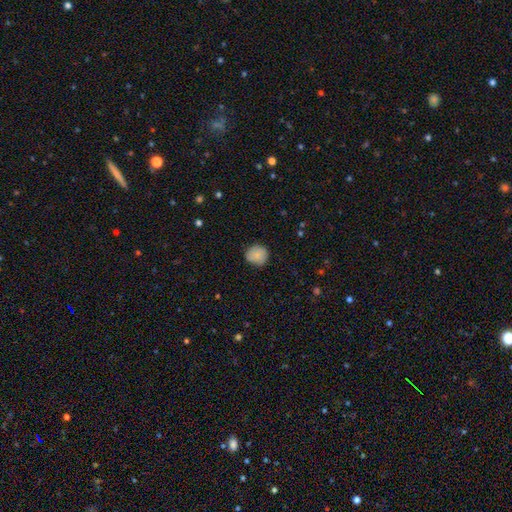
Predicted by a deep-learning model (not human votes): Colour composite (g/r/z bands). It shows a smooth galaxy with no disk features (84%) that is round (86%). Merging: none (78%).